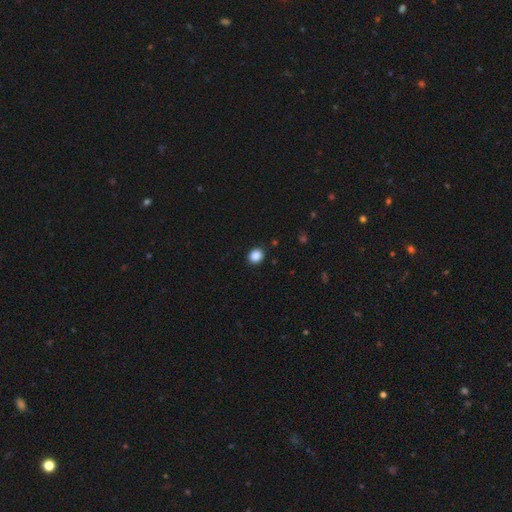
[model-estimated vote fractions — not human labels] The model was most divided on "how rounded": round: 70%, in between: 29%, cigar-shaped: 1%. More confident: merging — none (91%); smooth or featured — smooth (87%).